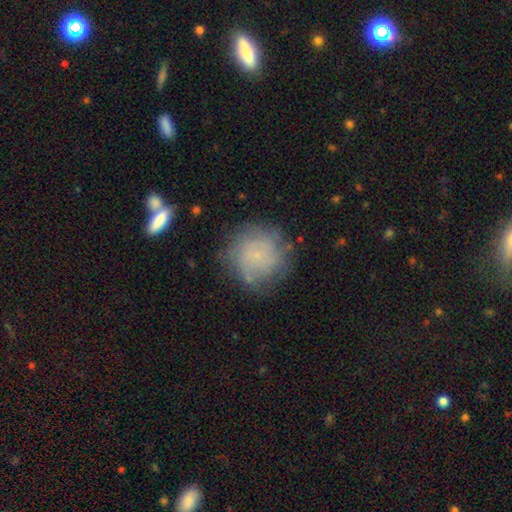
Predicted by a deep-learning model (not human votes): This is possibly a smooth galaxy (50%). How rounded: clearly round (89%). Merging: likely none (70%).